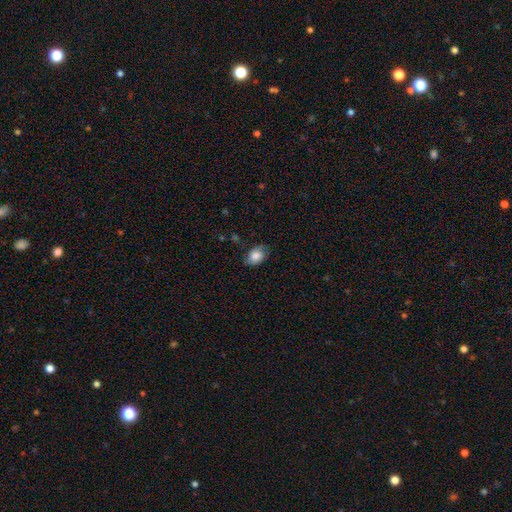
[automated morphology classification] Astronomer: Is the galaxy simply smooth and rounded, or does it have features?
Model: smooth — 75%.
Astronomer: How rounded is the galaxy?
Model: in between — 76%.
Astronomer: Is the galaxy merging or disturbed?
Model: none — 71%.